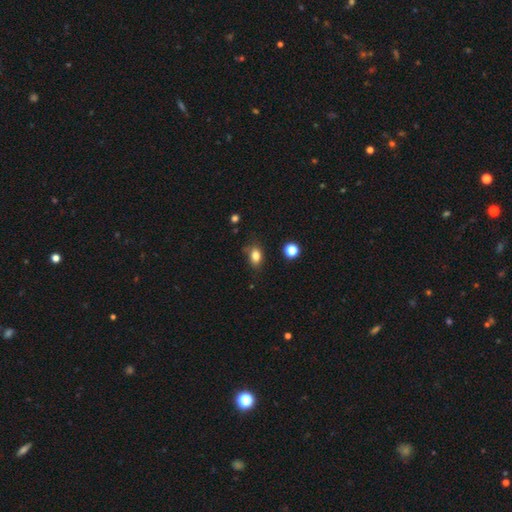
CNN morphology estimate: smooth_or_featured: smooth (p=0.82) [alt: star or artifact p=0.11]
how_rounded: in between (p=0.76) [alt: round p=0.22]
merging: none (p=0.70) [alt: minor disturbance p=0.22]